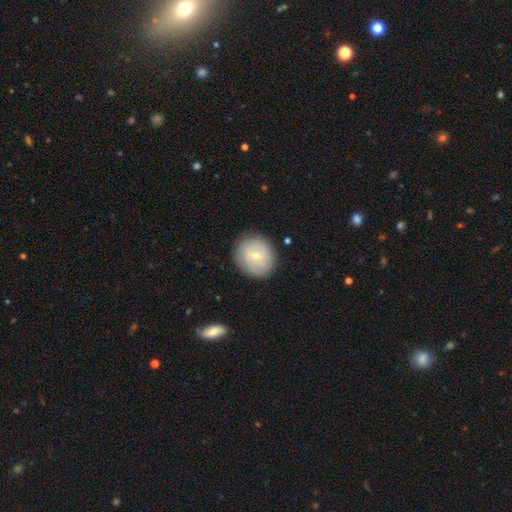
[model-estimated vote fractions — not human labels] The model was most divided on "smooth or featured": smooth: 53%, featured or disk: 41%, star or artifact: 7%. More confident: merging — none (85%); how rounded — round (83%).